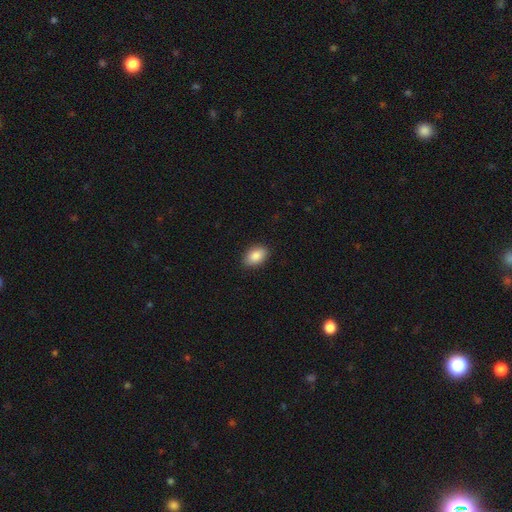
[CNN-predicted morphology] Smooth or featured? smooth (88%)
How rounded? in between (89%)
Merging? none (89%)